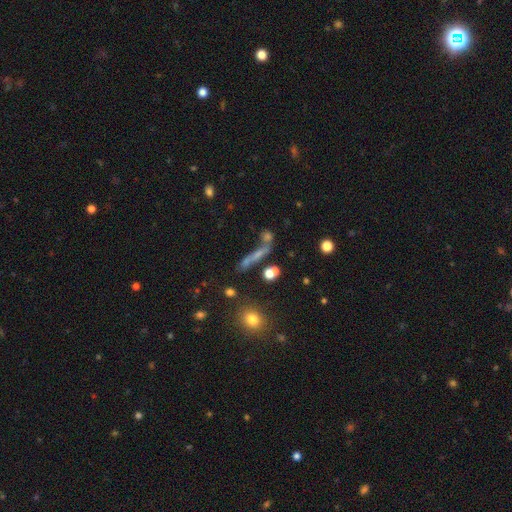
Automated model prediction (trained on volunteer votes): Smooth or featured? smooth (40%)
Merging? none (54%)